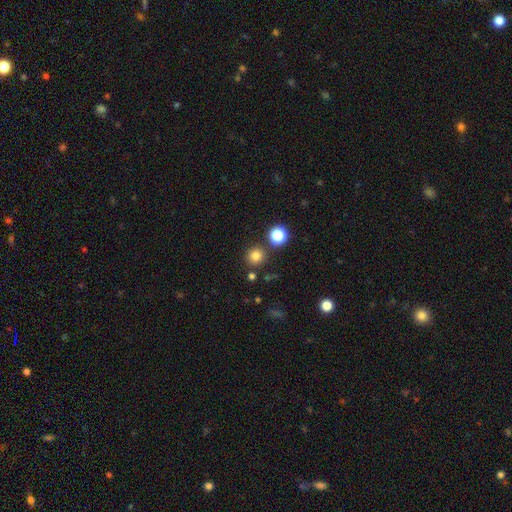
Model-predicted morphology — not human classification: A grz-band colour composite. It shows a smooth galaxy with no disk features (79%) that is round (93%). Merging: none (83%).